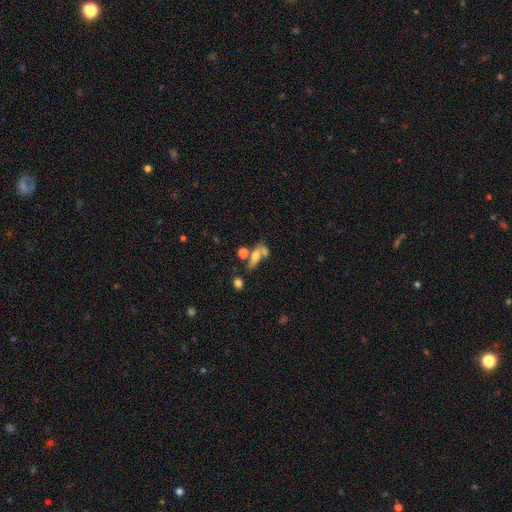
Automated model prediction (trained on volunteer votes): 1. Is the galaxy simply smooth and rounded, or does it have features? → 55% smooth, 31% featured or disk, 14% star or artifact.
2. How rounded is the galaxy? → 57% in between, 30% cigar-shaped, 14% round.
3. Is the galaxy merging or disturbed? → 38% merger, 33% none, 15% minor disturbance, 14% major disturbance.